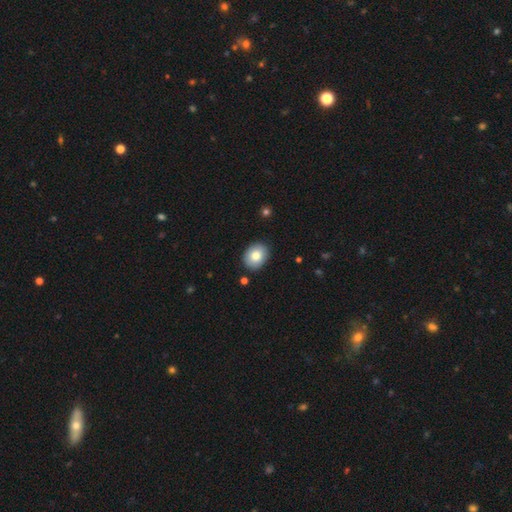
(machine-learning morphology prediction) Smooth or featured? smooth (81%)
How rounded? in between (59%)
Merging? none (88%)